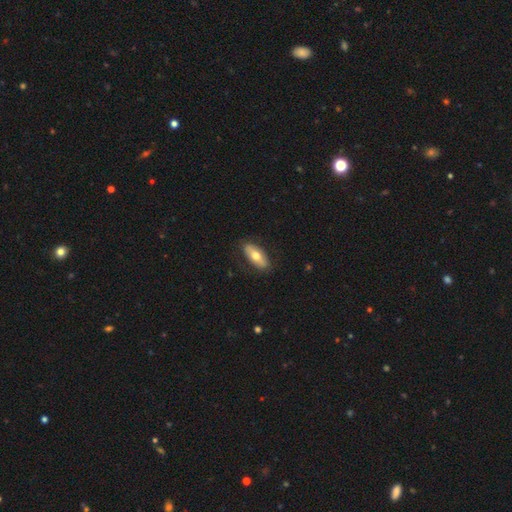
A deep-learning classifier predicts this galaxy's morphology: Smooth or featured: smooth — 64% (featured or disk — 30%)
How rounded: in between — 84% (cigar-shaped — 13%)
Merging: none — 83% (minor disturbance — 13%)